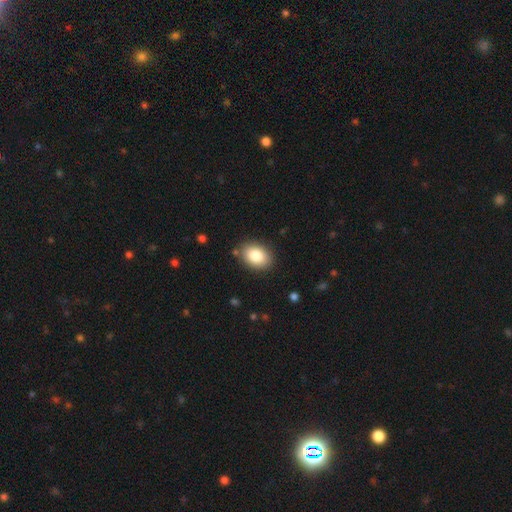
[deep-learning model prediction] This is clearly a smooth galaxy (84%). How rounded: likely in between (77%). Merging: clearly none (86%).